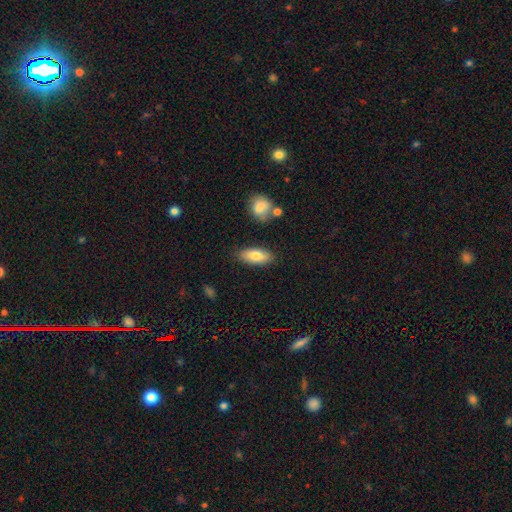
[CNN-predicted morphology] Smooth or featured?
  - smooth: 79% *
  - featured or disk: 15%
  - star or artifact: 7%
How rounded?
  - in between: 78% *
  - cigar-shaped: 19%
  - round: 3%
Merging?
  - none: 83% *
  - minor disturbance: 11%
  - merger: 3%
  - major disturbance: 3%